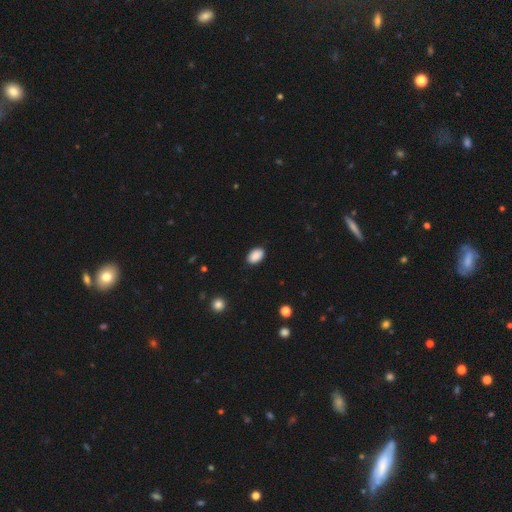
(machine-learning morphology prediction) A smooth galaxy with no disk features (90%) that is in between round and cigar-shaped (87%). Merging: none (88%).